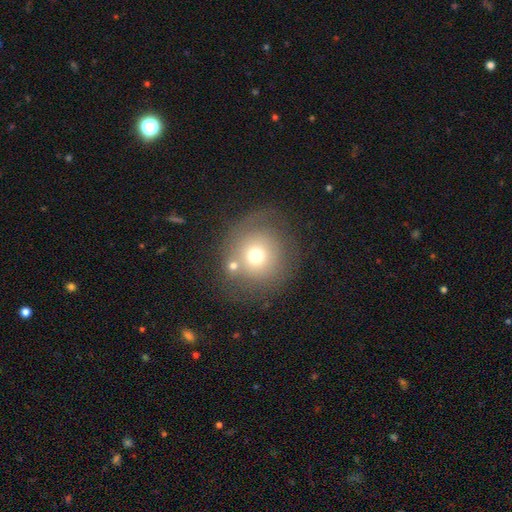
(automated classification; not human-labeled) Q: Smooth or featured?
A: smooth (63%); runner-up: featured or disk (23%)
Q: How rounded?
A: round (91%); runner-up: in between (8%)
Q: Merging?
A: none (69%); runner-up: minor disturbance (14%)